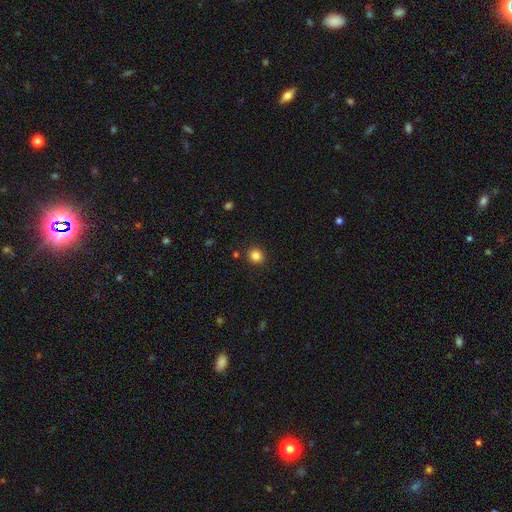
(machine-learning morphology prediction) Smooth or featured?
  - smooth: 84% *
  - star or artifact: 12%
  - featured or disk: 4%
How rounded?
  - round: 88% *
  - in between: 11%
  - cigar-shaped: 1%
Merging?
  - none: 90% *
  - minor disturbance: 6%
  - merger: 2%
  - major disturbance: 2%